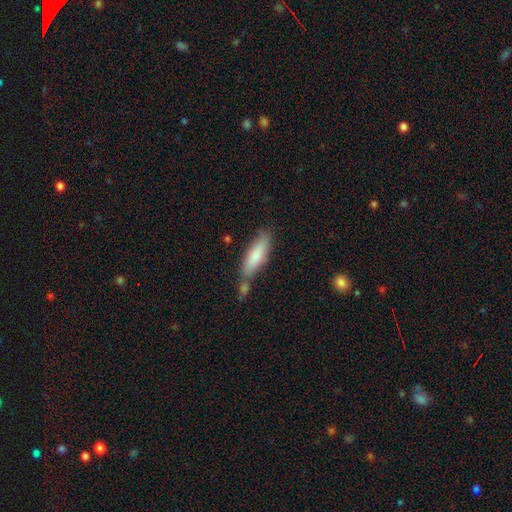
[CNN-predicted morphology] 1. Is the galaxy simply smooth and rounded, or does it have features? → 78% smooth, 17% featured or disk, 6% star or artifact.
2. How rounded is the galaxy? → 59% cigar-shaped, 39% in between, 2% round.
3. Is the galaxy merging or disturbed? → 55% none, 20% minor disturbance, 19% merger, 6% major disturbance.